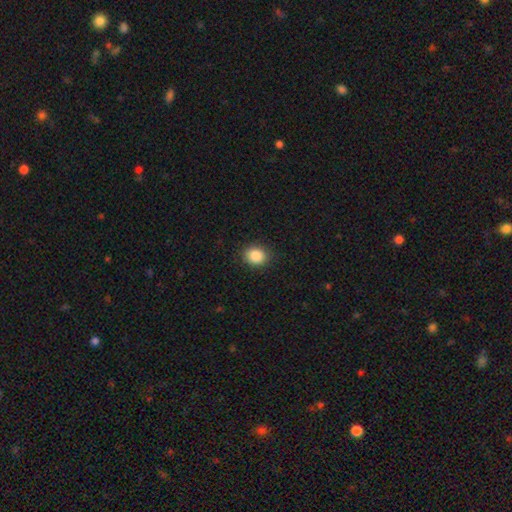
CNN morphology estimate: This is clearly a smooth galaxy (88%). How rounded: likely round (63%). Merging: clearly none (89%).